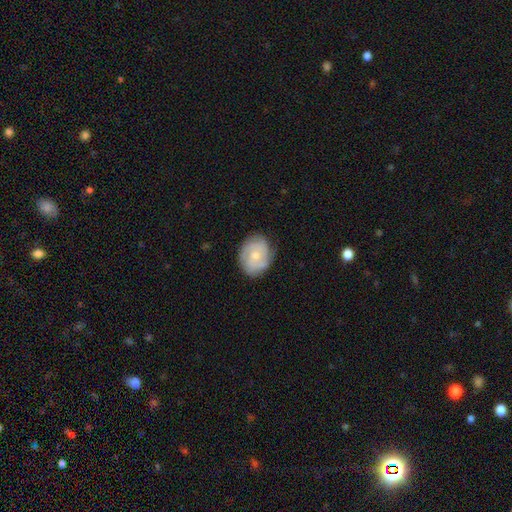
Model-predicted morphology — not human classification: Smooth or featured? featured or disk (77%)
Edge-on disk? no (98%)
Bar? no (70%)
Spiral arms? yes (96%)
Spiral winding? tight (62%)
Spiral arm count? 2 (38%)
Bulge size? small (54%)
Merging? none (81%)